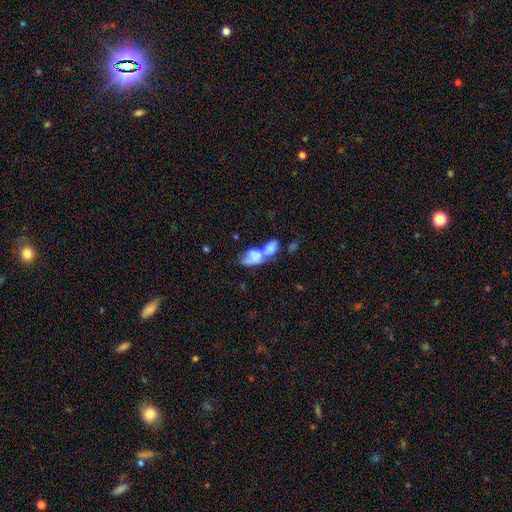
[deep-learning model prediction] Smooth or featured? Predicted: smooth (p=0.58). How rounded? Predicted: in between (p=0.84). Merging? Predicted: merger (p=0.73).